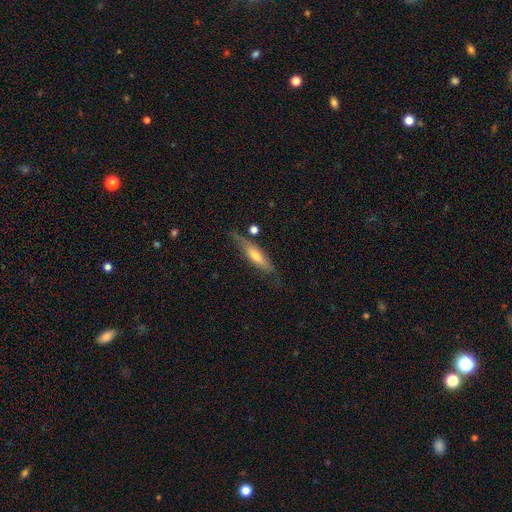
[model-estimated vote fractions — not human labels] Morphology: type=smooth (47%); merging=none (65%).